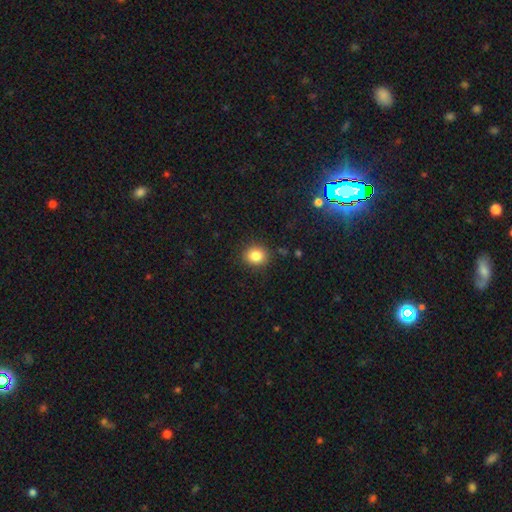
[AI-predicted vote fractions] This appears to be a smooth galaxy with no disk features (84%) that is round (71%). Merging: none (88%).